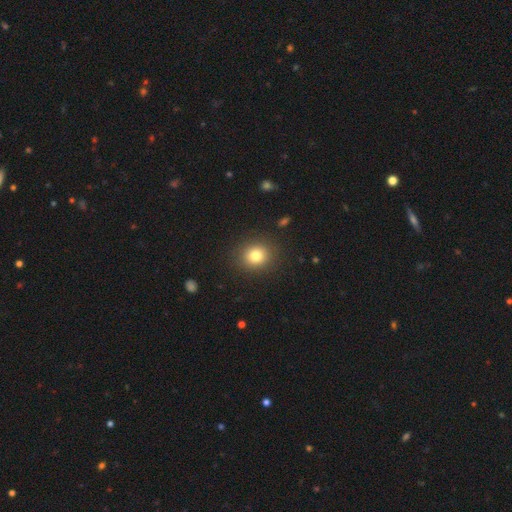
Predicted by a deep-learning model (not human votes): This is likely a smooth galaxy (79%). How rounded: likely round (76%). Merging: clearly none (89%).